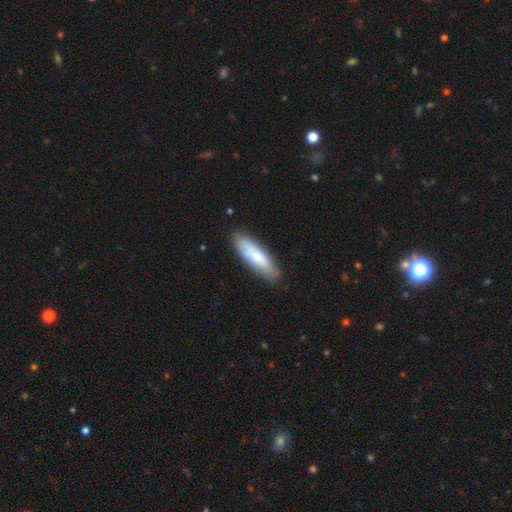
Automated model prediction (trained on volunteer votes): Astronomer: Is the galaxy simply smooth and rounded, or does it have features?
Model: smooth — 76%.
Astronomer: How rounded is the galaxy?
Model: cigar-shaped — 58% (runner-up: in between, 40%).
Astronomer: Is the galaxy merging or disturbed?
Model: none — 82%.